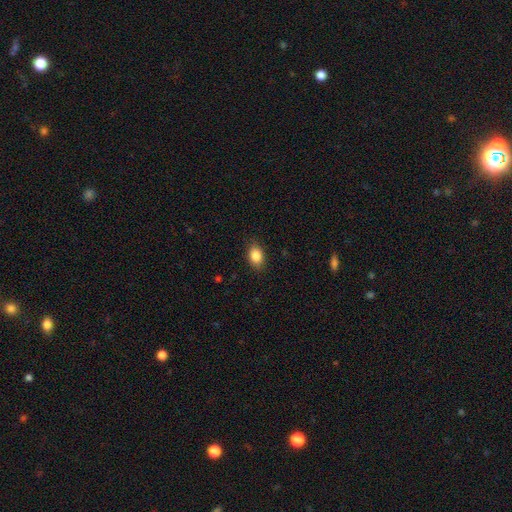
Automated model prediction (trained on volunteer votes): A smooth galaxy with no disk features (86%) that is in between round and cigar-shaped (80%). Merging: none (86%).